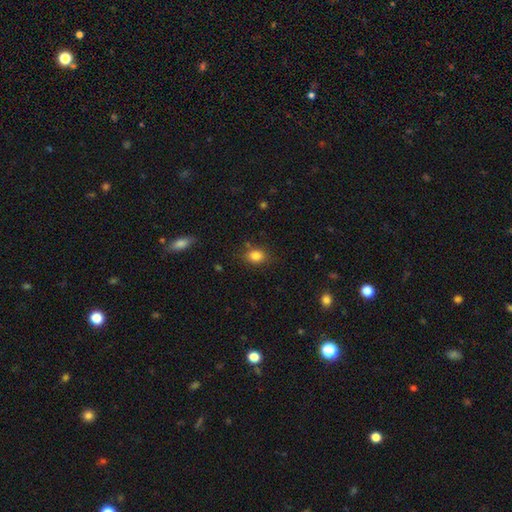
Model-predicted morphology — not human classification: A smooth galaxy with no disk features (84%) that is in between round and cigar-shaped (60%). Merging: none (79%).